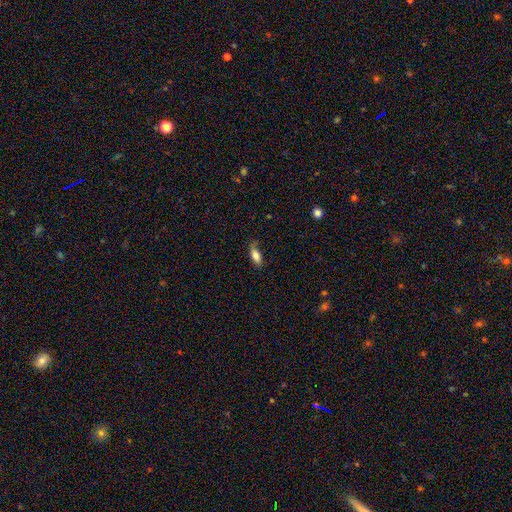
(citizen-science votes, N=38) A smooth galaxy with no disk features (79%) that is in between round and cigar-shaped (70%).

Vote fractions:
- Smooth or featured? smooth: 79% / featured or disk: 13% / star or artifact: 8%
- How rounded? in between: 70% / cigar-shaped: 27% / round: 3%
- Merging? none: 54% / minor disturbance: 34% / major disturbance: 6% / merger: 6%